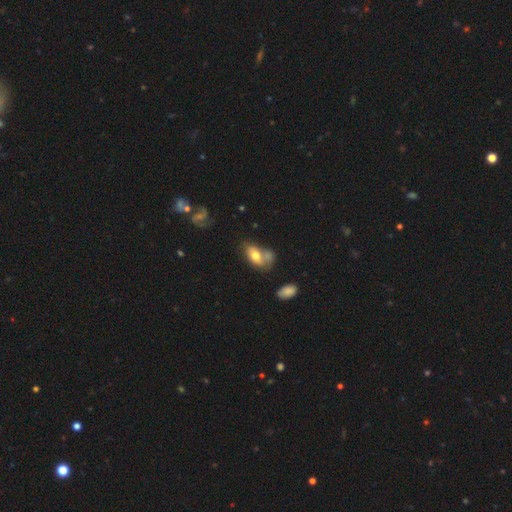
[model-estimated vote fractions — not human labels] Overall: smooth (64%; featured or disk 28%). How rounded: in between (89%). Merging: merger (34%; none 29%).